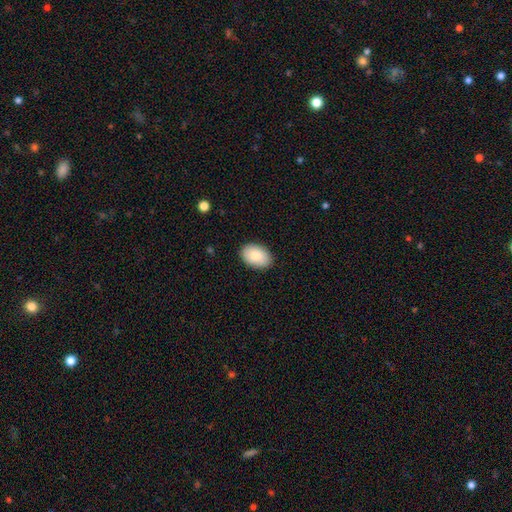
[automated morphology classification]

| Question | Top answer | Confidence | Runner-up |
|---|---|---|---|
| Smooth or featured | smooth | 86% | featured or disk (8%) |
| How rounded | in between | 90% | round (9%) |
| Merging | none | 88% | minor disturbance (9%) |